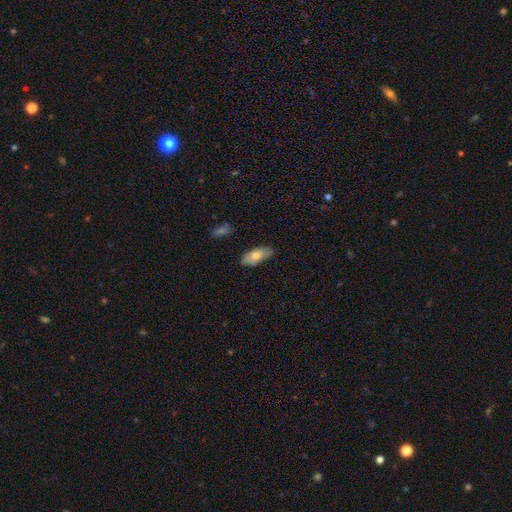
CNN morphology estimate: This appears to be a smooth galaxy with no disk features (76%) that is in between round and cigar-shaped (84%). Merging: none (85%).